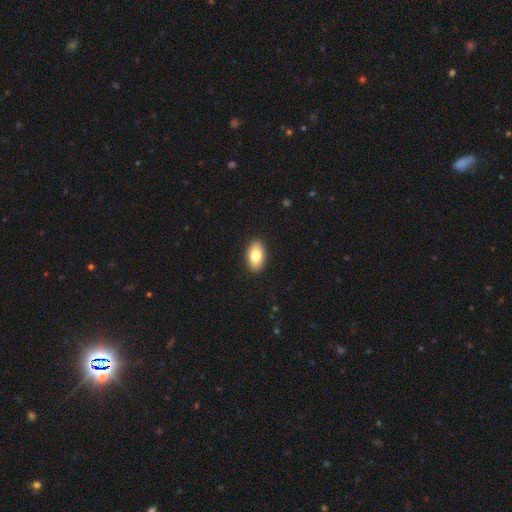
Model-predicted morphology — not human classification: A smooth galaxy with no disk features (81%) that is in between round and cigar-shaped (93%). Merging: none (91%).